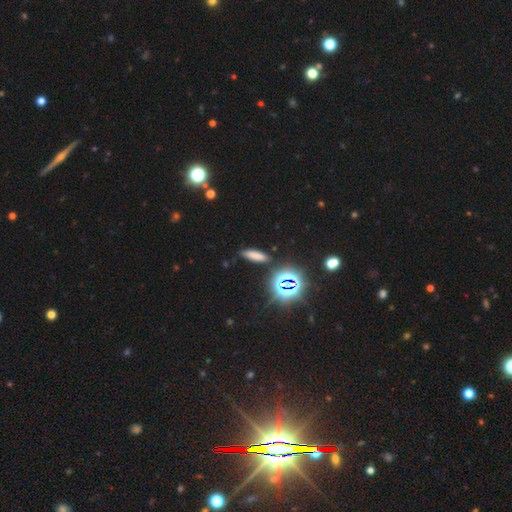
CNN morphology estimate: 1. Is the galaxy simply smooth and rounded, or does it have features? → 67% smooth, 25% star or artifact, 8% featured or disk.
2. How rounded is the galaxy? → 60% cigar-shaped, 35% in between, 5% round.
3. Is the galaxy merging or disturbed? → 84% none, 10% minor disturbance, 3% merger, 3% major disturbance.